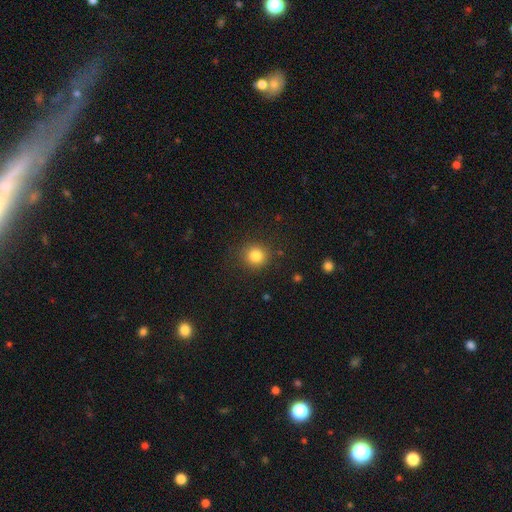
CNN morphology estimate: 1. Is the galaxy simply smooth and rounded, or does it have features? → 83% smooth, 11% star or artifact, 5% featured or disk.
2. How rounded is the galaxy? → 90% round, 9% in between, 1% cigar-shaped.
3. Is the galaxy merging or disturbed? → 87% none, 8% minor disturbance, 3% major disturbance, 1% merger.